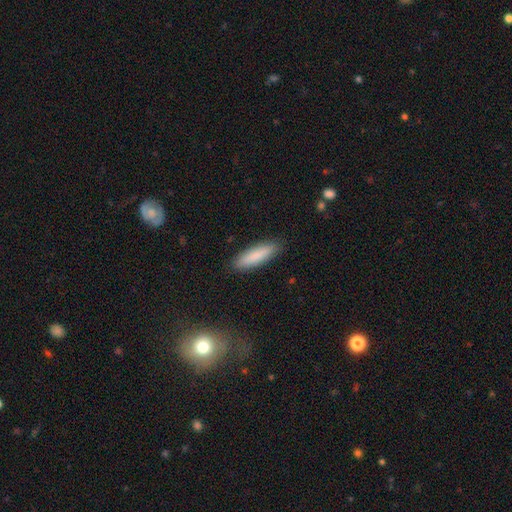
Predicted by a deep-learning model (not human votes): Morphology: type=smooth (85%); roundness=cigar-shaped (68%); merging=none (89%).